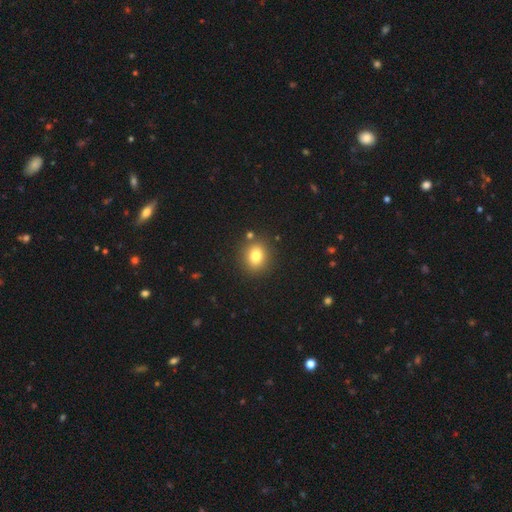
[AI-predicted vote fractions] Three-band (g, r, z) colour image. It shows a smooth galaxy with no disk features (79%) that is round (65%). Merging: none (84%).